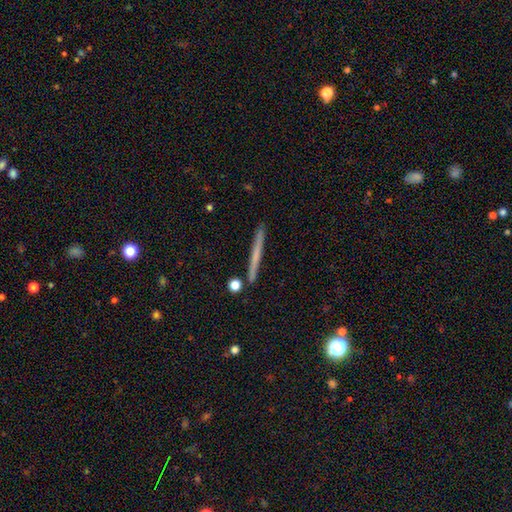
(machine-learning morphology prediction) This is possibly a smooth galaxy (49%). Merging: clearly none (90%).